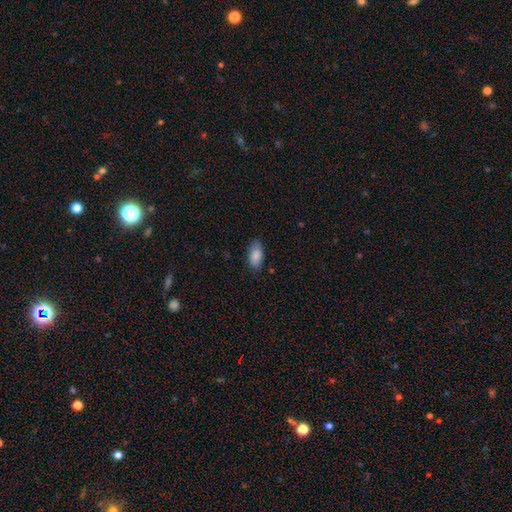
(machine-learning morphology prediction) Q: Smooth or featured?
A: smooth (86%); runner-up: featured or disk (7%)
Q: How rounded?
A: in between (91%); runner-up: cigar-shaped (6%)
Q: Merging?
A: none (82%); runner-up: minor disturbance (14%)